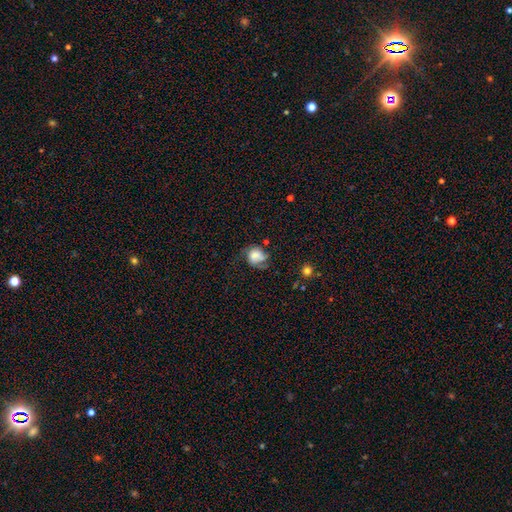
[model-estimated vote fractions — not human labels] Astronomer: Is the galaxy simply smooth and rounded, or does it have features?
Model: smooth — 54% (runner-up: featured or disk, 36%).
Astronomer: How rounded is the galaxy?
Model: round — 61% (runner-up: in between, 38%).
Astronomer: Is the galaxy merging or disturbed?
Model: none — 38% (runner-up: major disturbance, 31%).